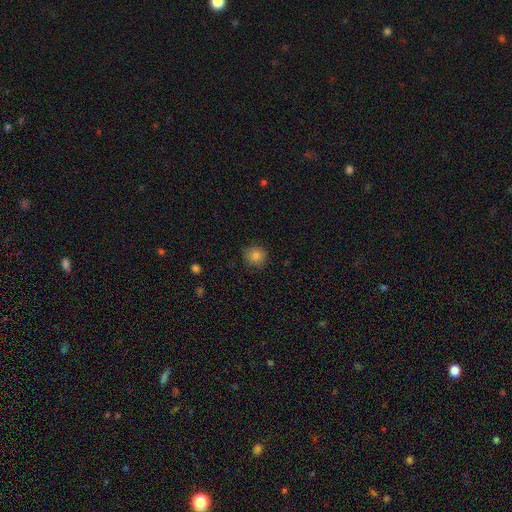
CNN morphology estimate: type=smooth (83%); roundness=round (91%); merging=none (87%).